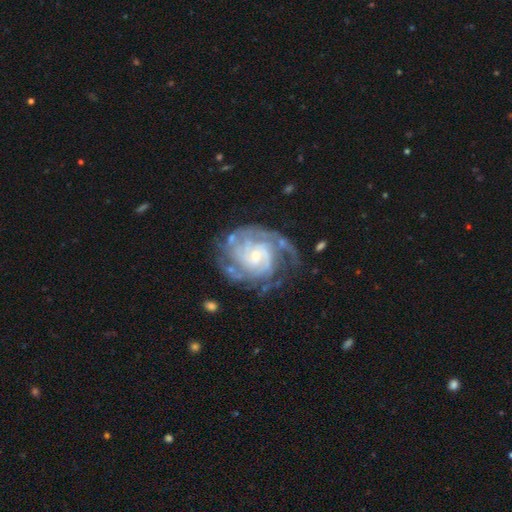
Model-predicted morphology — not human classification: A featured or disk galaxy (90%) with no bar (65%), 3 (24%) tight (67%) spiral arms (98%) and a small central bulge (71%).

Vote fractions:
- Smooth or featured? featured or disk: 90% / star or artifact: 5% / smooth: 5%
- Edge-on disk? no: 98% / yes: 2%
- Bar? no: 65% / weak: 28% / strong: 7%
- Spiral arms? yes: 98% / no: 2%
- Spiral winding? tight: 67% / medium: 28% / loose: 5%
- Spiral arm count? 3: 24% / can't tell: 23% / 2: 23% / 4: 16% / more than 4: 8% / 1: 6%
- Bulge size? small: 71% / moderate: 24% / none: 2% / large: 2% / dominant: 1%
- Merging? none: 66% / minor disturbance: 19% / major disturbance: 12% / merger: 3%